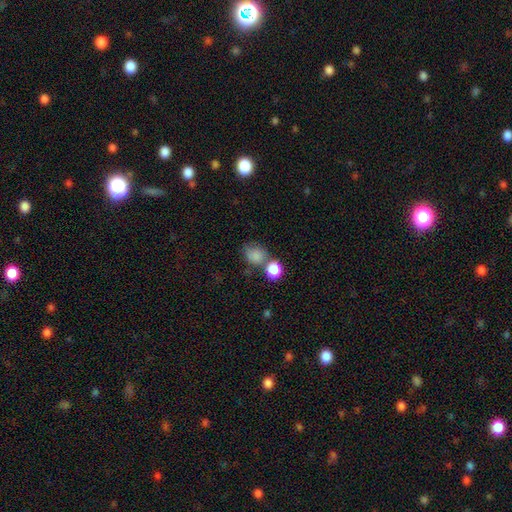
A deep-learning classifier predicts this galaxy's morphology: Smooth or featured? Predicted: smooth (p=0.82). How rounded? Predicted: round (p=0.60). Merging? Predicted: none (p=0.46).